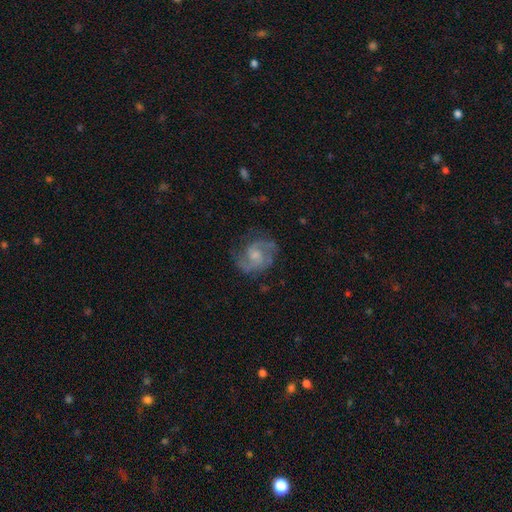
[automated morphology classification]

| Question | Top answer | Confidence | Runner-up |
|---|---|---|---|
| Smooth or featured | featured or disk | 80% | smooth (14%) |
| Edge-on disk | no | 98% | yes (2%) |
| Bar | no | 56% | weak (38%) |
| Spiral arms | yes | 94% | no (6%) |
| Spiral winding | medium | 54% | tight (27%) |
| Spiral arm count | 2 | 80% | can't tell (8%) |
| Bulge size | small | 44% | moderate (40%) |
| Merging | none | 70% | minor disturbance (19%) |